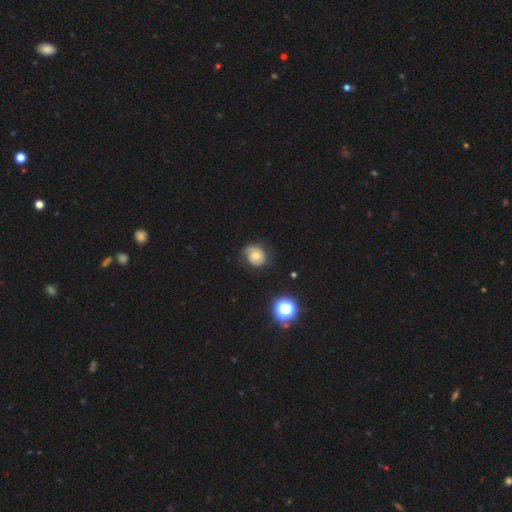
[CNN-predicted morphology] A smooth galaxy with no disk features (50%). Merging: none (61%).